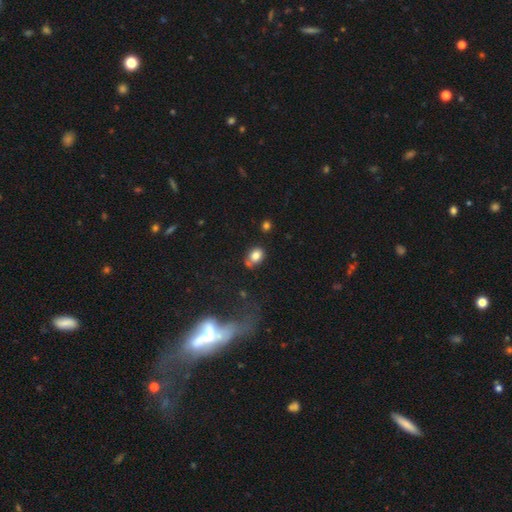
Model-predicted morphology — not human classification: A smooth galaxy with no disk features (80%) that is in between round and cigar-shaped (68%). Merging: none (60%).